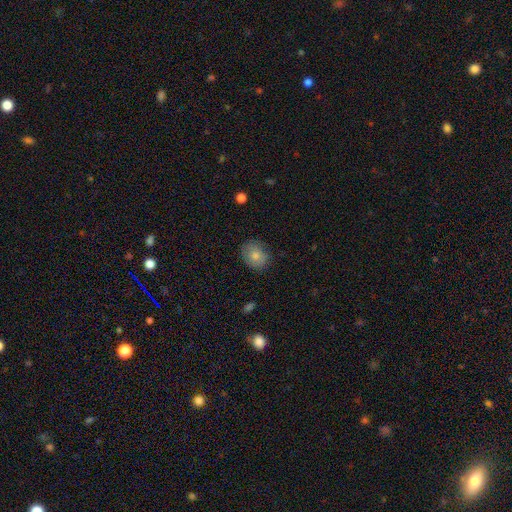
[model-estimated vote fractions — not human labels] Overall: smooth (79%). How rounded: round (54%; in between 45%). Merging: none (79%).